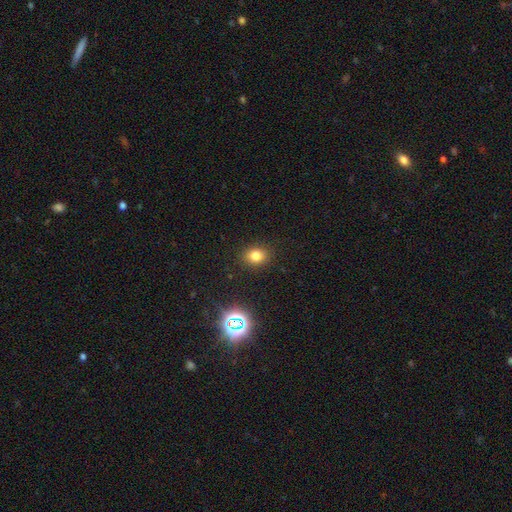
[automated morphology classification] smooth-or-featured: smooth: 77% | star or artifact: 16% | featured or disk: 7%
  how-rounded: round: 55% | in between: 44% | cigar-shaped: 1%
  merging: none: 88% | minor disturbance: 8% | major disturbance: 3% | merger: 1%